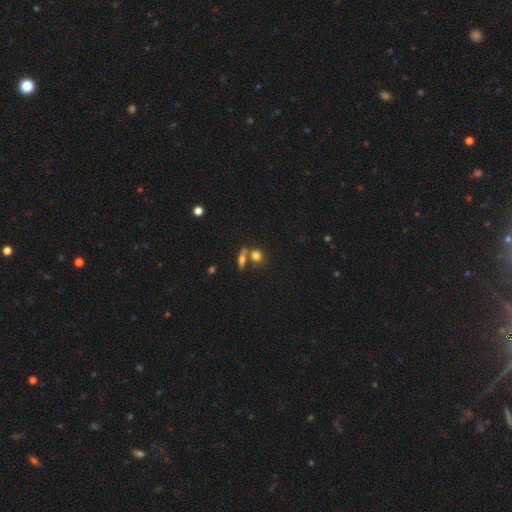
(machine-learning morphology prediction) Overall: smooth (74%). How rounded: round (66%; in between 28%). Merging: none (53%; merger 33%).